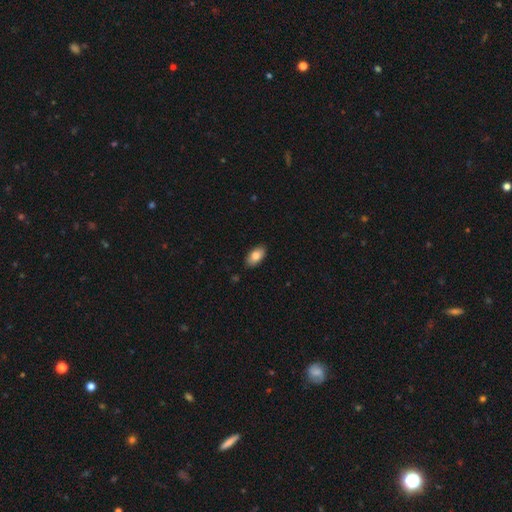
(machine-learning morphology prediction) This appears to be a smooth galaxy with no disk features (80%) that is in between round and cigar-shaped (93%). Merging: none (88%).